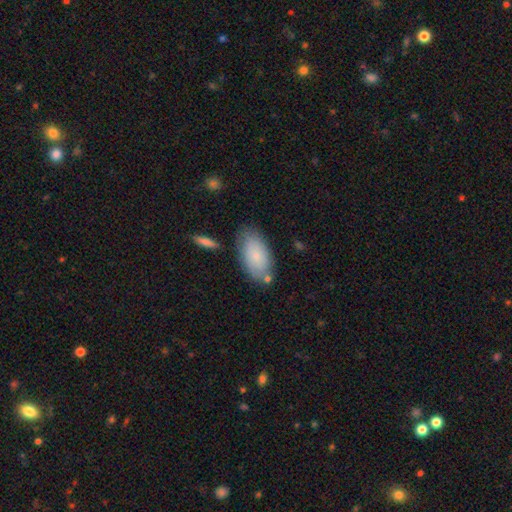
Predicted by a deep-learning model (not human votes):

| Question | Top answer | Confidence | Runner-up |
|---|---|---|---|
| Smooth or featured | smooth | 78% | featured or disk (16%) |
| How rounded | in between | 94% | cigar-shaped (4%) |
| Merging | none | 71% | minor disturbance (18%) |